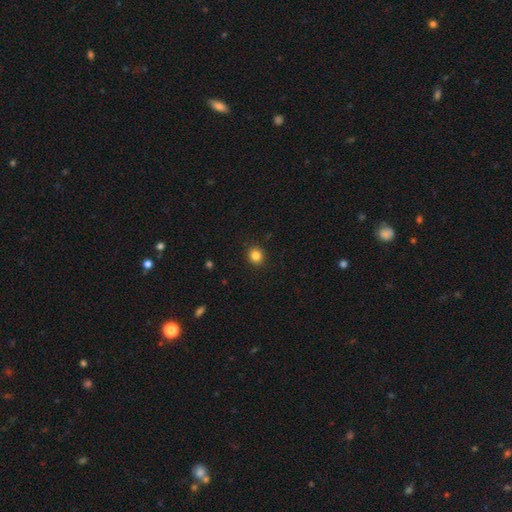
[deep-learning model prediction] smooth_or_featured: smooth (p=0.83) [alt: star or artifact p=0.11]
how_rounded: round (p=0.84) [alt: in between p=0.15]
merging: none (p=0.91) [alt: minor disturbance p=0.06]